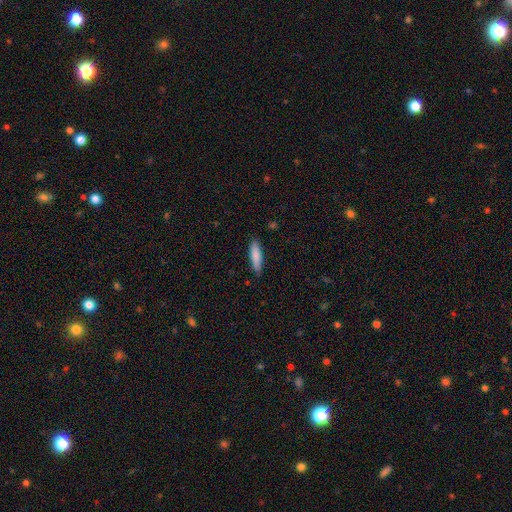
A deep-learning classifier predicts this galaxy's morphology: smooth_or_featured: smooth (p=0.84) [alt: featured or disk p=0.10]
how_rounded: cigar-shaped (p=0.71) [alt: in between p=0.28]
merging: none (p=0.85) [alt: minor disturbance p=0.11]